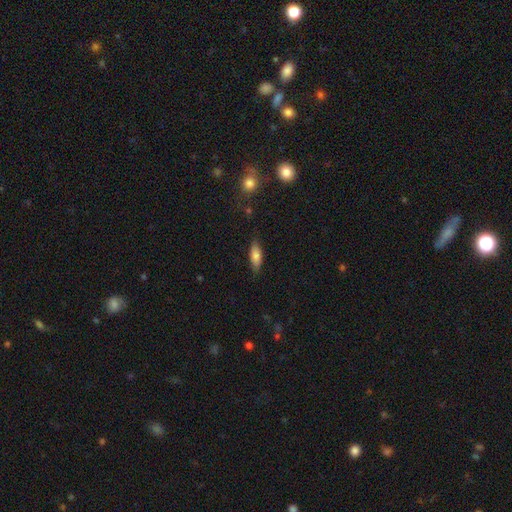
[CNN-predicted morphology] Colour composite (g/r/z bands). It shows a smooth galaxy with no disk features (77%) that is in between round and cigar-shaped (62%). Merging: none (83%).